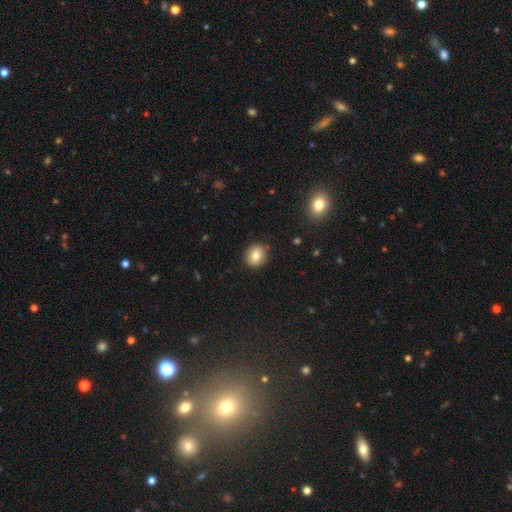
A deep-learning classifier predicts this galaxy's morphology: This appears to be a smooth galaxy with no disk features (82%) that is round (79%). Merging: none (88%).